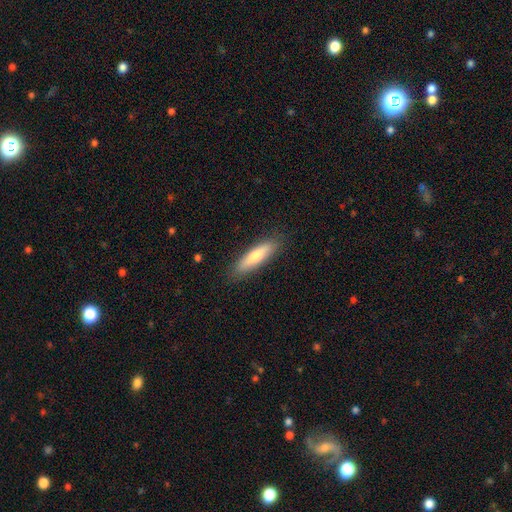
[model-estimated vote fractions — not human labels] smooth 72%, featured or disk 22%, star or artifact 6%. Down the decision tree: how rounded — cigar-shaped (75%); merging — none (88%).